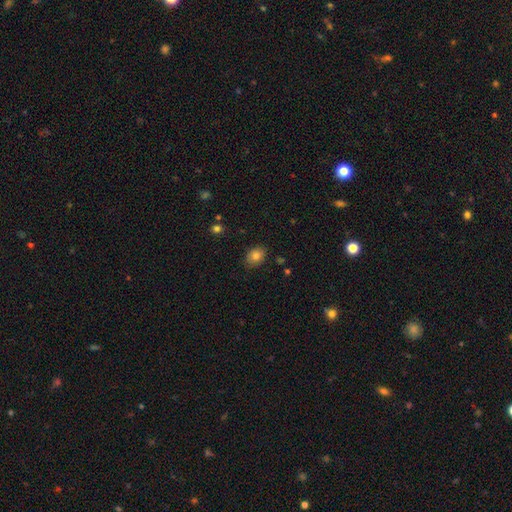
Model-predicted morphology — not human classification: Smooth or featured? Predicted: smooth (p=0.81). How rounded? Predicted: in between (p=0.64). Merging? Predicted: none (p=0.81).